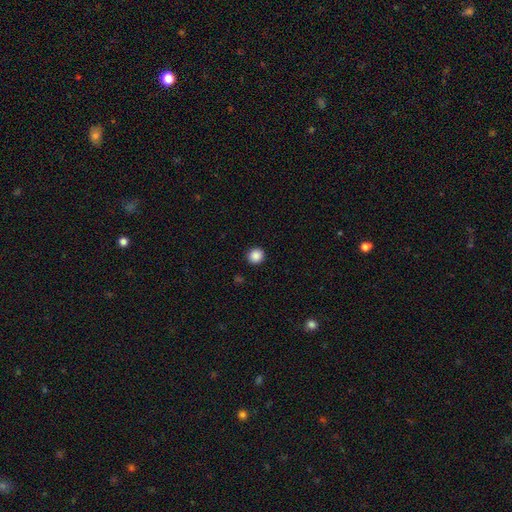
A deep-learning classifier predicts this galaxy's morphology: smooth_or_featured: smooth (p=0.88) [alt: star or artifact p=0.10]
how_rounded: round (p=0.91) [alt: in between p=0.08]
merging: none (p=0.92) [alt: minor disturbance p=0.05]